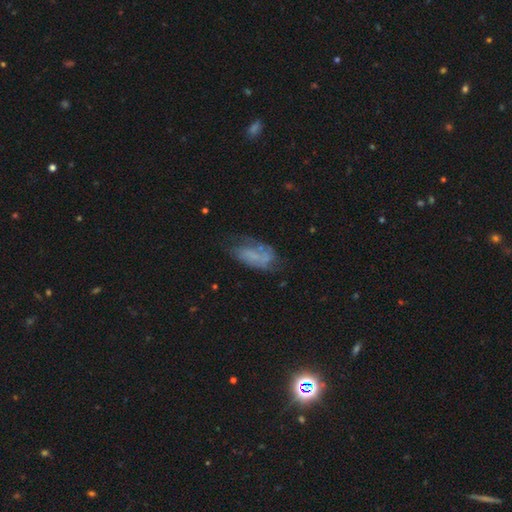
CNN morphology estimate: type=smooth (44%, tied with featured or disk); merging=none (39%).